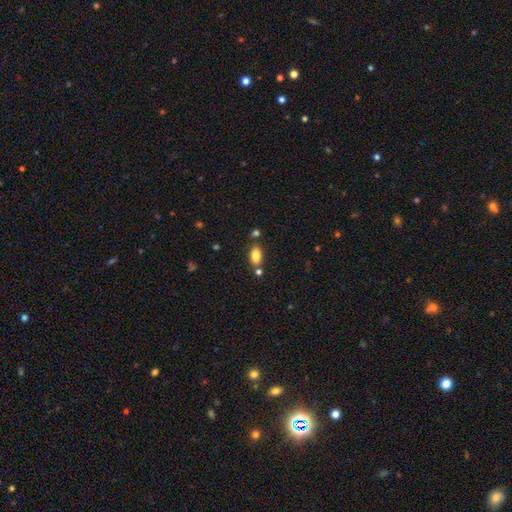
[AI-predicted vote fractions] The model was most divided on "merging": none: 72%, merger: 13%, minor disturbance: 12%, major disturbance: 3%. More confident: how rounded — in between (90%); smooth or featured — smooth (83%).